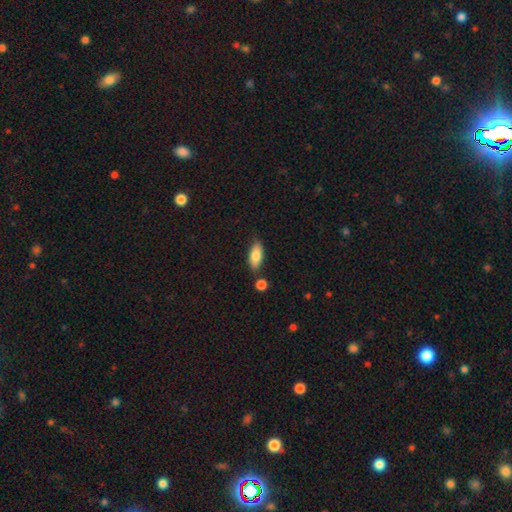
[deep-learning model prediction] This appears to be a smooth galaxy with no disk features (80%) that is in between round and cigar-shaped (83%). Merging: none (74%).